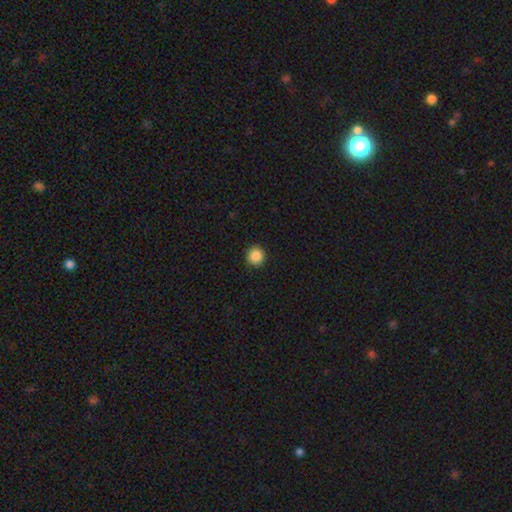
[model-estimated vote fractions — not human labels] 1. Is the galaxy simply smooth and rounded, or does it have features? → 88% smooth, 9% star or artifact, 3% featured or disk.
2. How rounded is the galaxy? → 94% round, 5% in between, 1% cigar-shaped.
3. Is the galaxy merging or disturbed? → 92% none, 5% minor disturbance, 2% major disturbance, 1% merger.